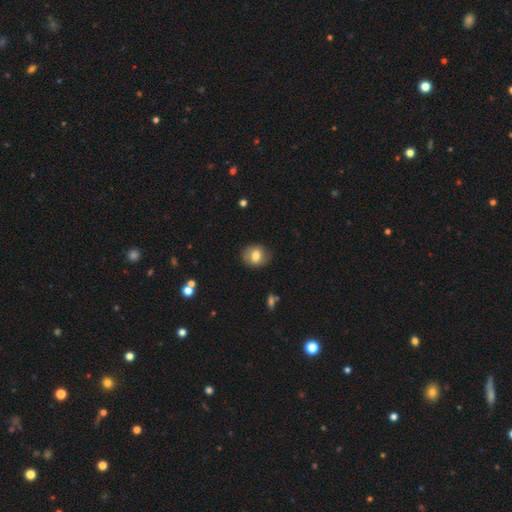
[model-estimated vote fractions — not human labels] Smooth or featured? Predicted: smooth (p=0.74). How rounded? Predicted: round (p=0.69). Merging? Predicted: none (p=0.81).